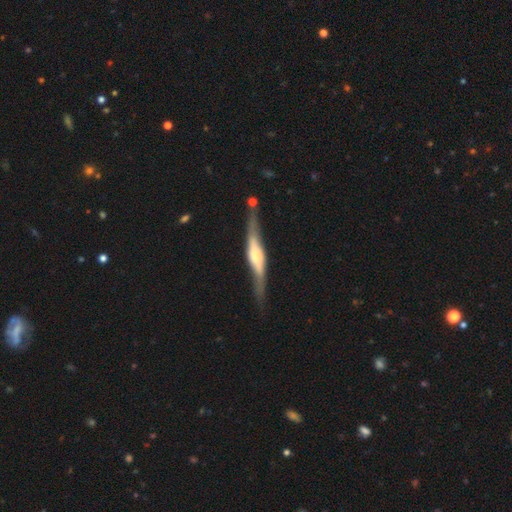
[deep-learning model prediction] featured or disk 73%, smooth 22%, star or artifact 5%. Down the decision tree: edge-on disk — yes (90%); edge-on bulge — rounded (64%); merging — none (73%).